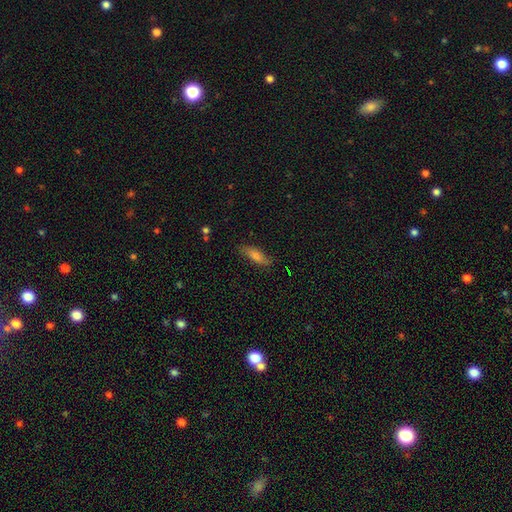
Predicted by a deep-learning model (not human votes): Smooth or featured?
  - smooth: 62% *
  - featured or disk: 28%
  - star or artifact: 11%
How rounded?
  - in between: 51% *
  - cigar-shaped: 46%
  - round: 3%
Merging?
  - none: 77% *
  - minor disturbance: 17%
  - major disturbance: 4%
  - merger: 1%